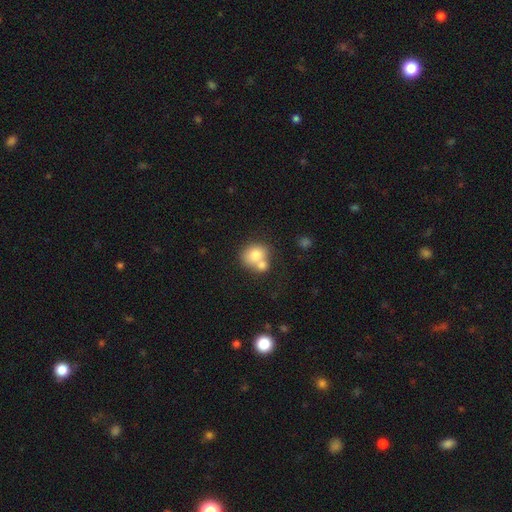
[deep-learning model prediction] Q: Smooth or featured?
A: smooth (75%); runner-up: featured or disk (16%)
Q: How rounded?
A: round (73%); runner-up: in between (26%)
Q: Merging?
A: merger (49%); runner-up: none (38%)